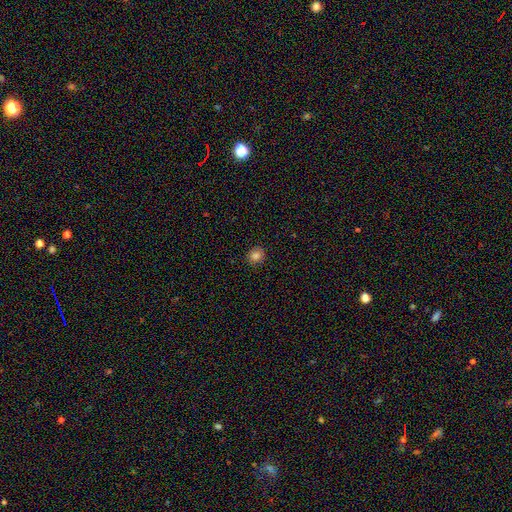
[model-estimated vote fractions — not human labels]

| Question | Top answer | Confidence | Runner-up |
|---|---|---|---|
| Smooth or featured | smooth | 84% | star or artifact (11%) |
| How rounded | round | 83% | in between (16%) |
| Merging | none | 91% | minor disturbance (7%) |